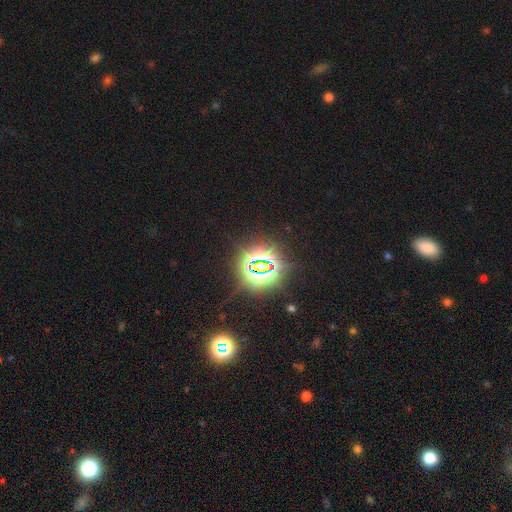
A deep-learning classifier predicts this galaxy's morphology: star or artifact 83%, smooth 10%, featured or disk 7%.